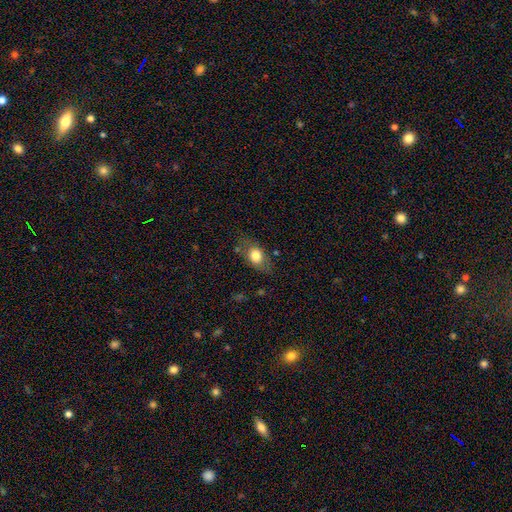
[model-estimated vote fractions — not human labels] A smooth galaxy with no disk features (74%) that is in between round and cigar-shaped (78%).

Vote fractions:
- Smooth or featured? smooth: 74% / featured or disk: 18% / star or artifact: 8%
- How rounded? in between: 78% / round: 19% / cigar-shaped: 3%
- Merging? none: 71% / minor disturbance: 19% / major disturbance: 7% / merger: 3%